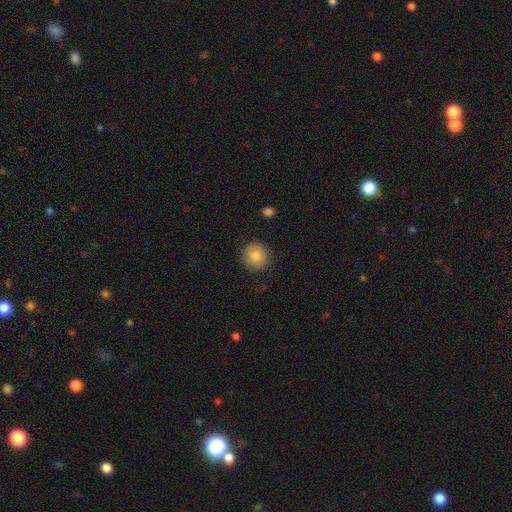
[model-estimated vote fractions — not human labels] smooth 84%, star or artifact 9%, featured or disk 7%. Down the decision tree: how rounded — round (91%); merging — none (88%).